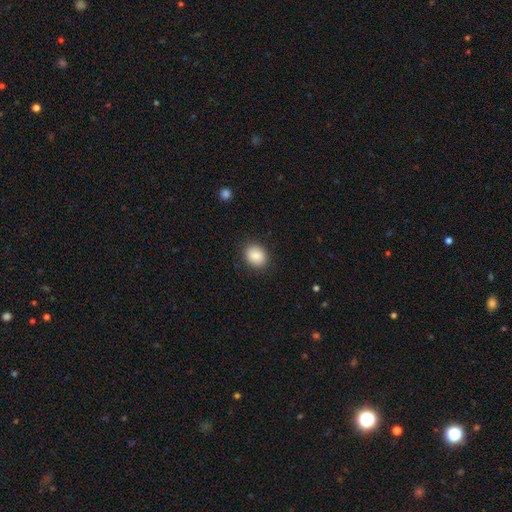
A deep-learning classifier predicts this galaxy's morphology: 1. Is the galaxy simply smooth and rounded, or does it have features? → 88% smooth, 8% star or artifact, 5% featured or disk.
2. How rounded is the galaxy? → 54% round, 45% in between, 1% cigar-shaped.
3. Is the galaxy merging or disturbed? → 89% none, 8% minor disturbance, 2% major disturbance, 1% merger.